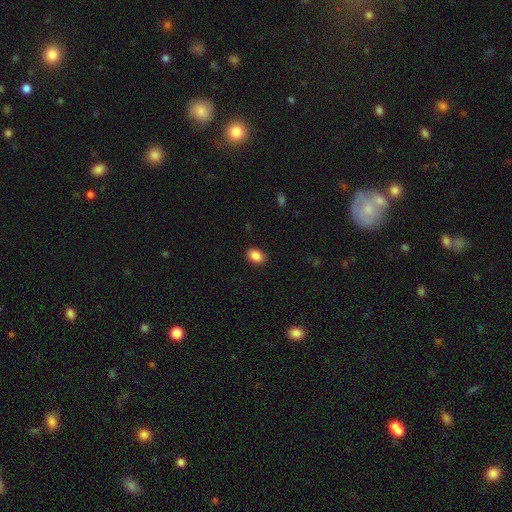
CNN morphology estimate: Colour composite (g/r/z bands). It shows a smooth galaxy with no disk features (88%) that is in between round and cigar-shaped (79%). Merging: none (89%).